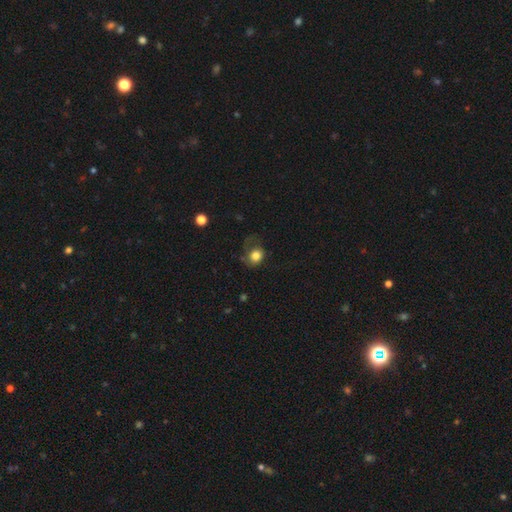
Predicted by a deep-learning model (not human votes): Smooth or featured? Predicted: smooth (p=0.77). How rounded? Predicted: round (p=0.61). Merging? Predicted: none (p=0.38).